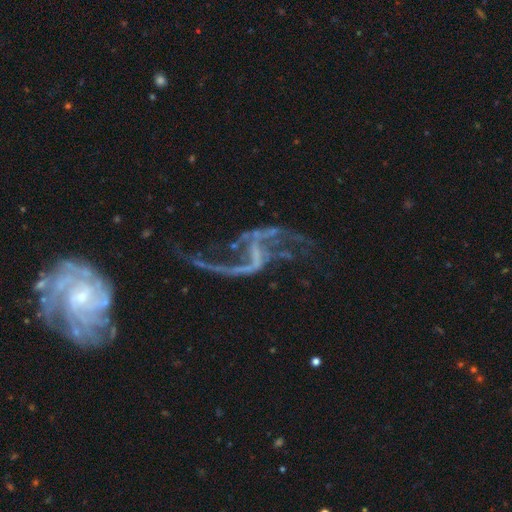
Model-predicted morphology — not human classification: This is clearly a featured or disk galaxy (88%). It is clearly not viewed edge-on (97%). Bar: marginally weak (36%). Spiral arm pattern: clearly yes (90%). Spiral arm count: clearly 2 (85%). Spiral winding: clearly loose (90%). Central bulge: likely none (67%). Merging: marginally none (44%).